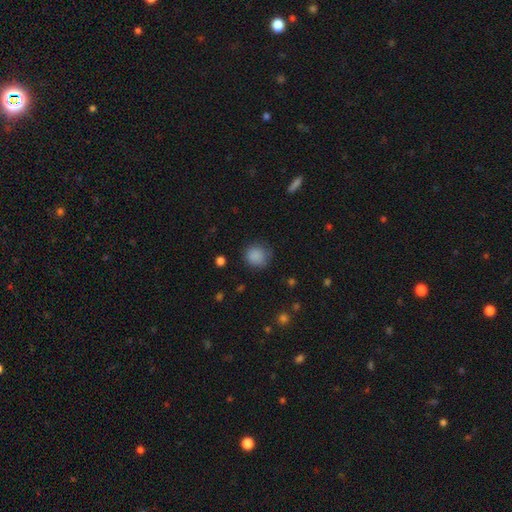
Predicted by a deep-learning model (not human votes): Smooth or featured?
  - smooth: 86% *
  - star or artifact: 10%
  - featured or disk: 4%
How rounded?
  - round: 86% *
  - in between: 13%
  - cigar-shaped: 1%
Merging?
  - none: 77% *
  - minor disturbance: 17%
  - major disturbance: 5%
  - merger: 1%